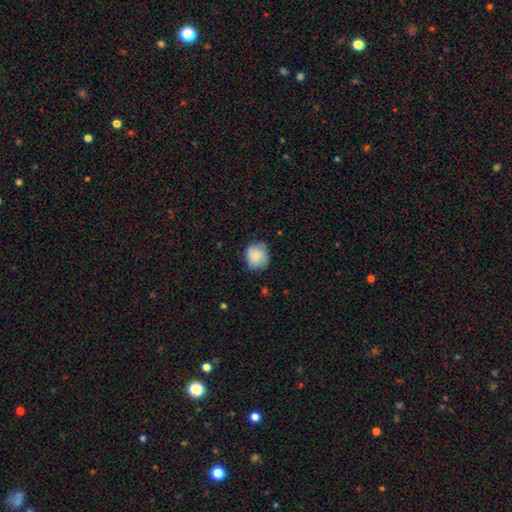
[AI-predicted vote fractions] Smooth or featured? smooth (80%)
How rounded? round (78%)
Merging? none (66%)